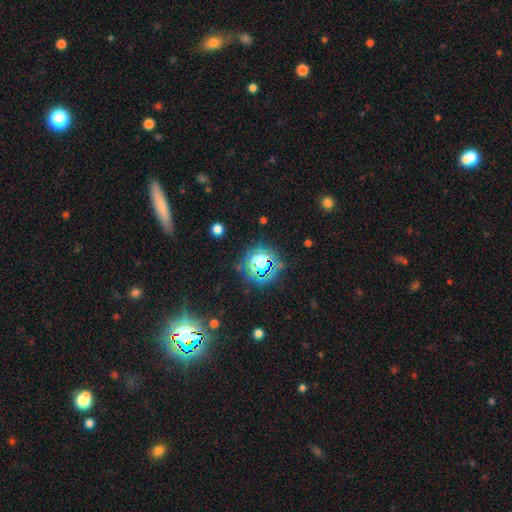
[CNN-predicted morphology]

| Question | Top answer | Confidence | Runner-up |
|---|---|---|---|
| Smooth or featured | star or artifact | 69% | smooth (21%) |